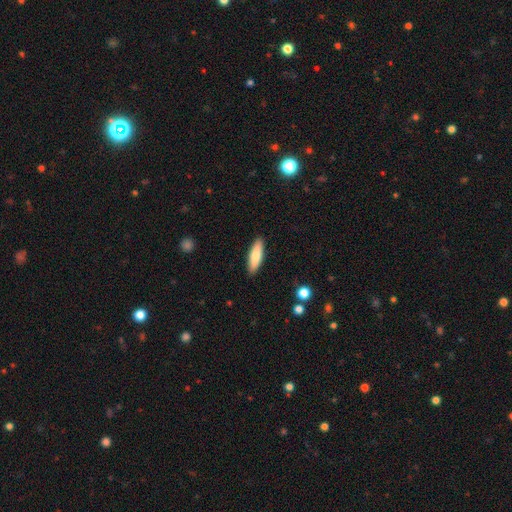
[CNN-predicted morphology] A smooth galaxy with no disk features (77%) that is cigar-shaped (53%).

Vote fractions:
- Smooth or featured? smooth: 77% / featured or disk: 17% / star or artifact: 6%
- How rounded? cigar-shaped: 53% / in between: 45% / round: 2%
- Merging? none: 89% / minor disturbance: 8% / major disturbance: 2% / merger: 1%